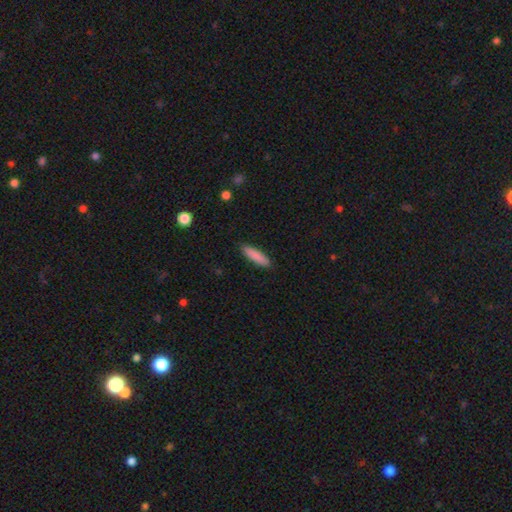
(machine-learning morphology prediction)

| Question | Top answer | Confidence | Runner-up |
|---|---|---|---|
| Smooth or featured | smooth | 88% | featured or disk (7%) |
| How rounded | cigar-shaped | 74% | in between (25%) |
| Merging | none | 90% | minor disturbance (8%) |